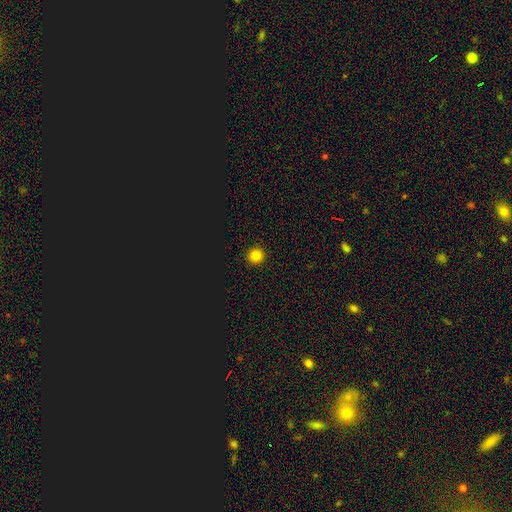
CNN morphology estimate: Smooth or featured? Predicted: smooth (p=0.82). How rounded? Predicted: round (p=0.95). Merging? Predicted: none (p=0.94).